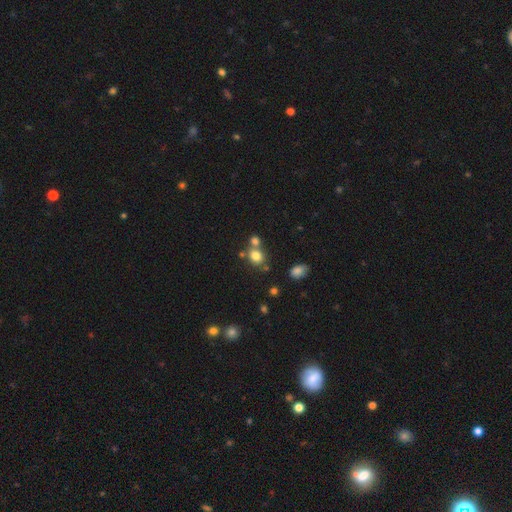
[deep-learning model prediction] Smooth or featured: smooth — 79% (star or artifact — 13%)
How rounded: round — 65% (in between — 34%)
Merging: none — 53% (merger — 33%)